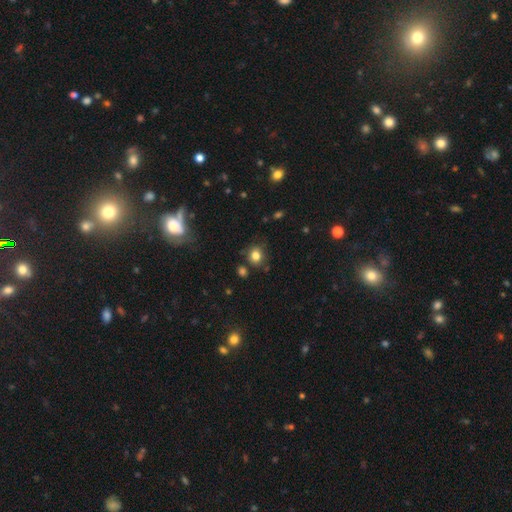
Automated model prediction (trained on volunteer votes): The model was most divided on "how rounded": round: 75%, in between: 24%, cigar-shaped: 1%. More confident: smooth or featured — smooth (81%); merging — none (78%).